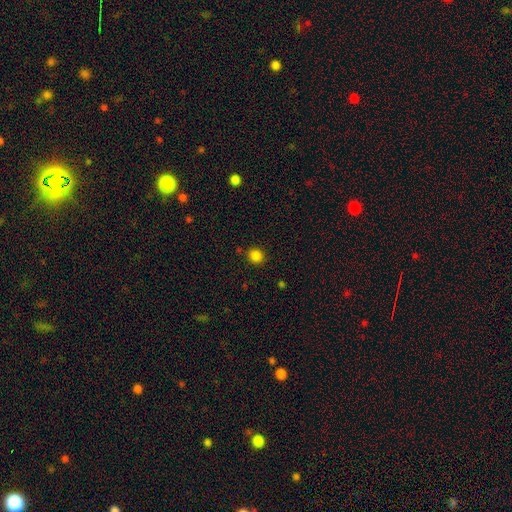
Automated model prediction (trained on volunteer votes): Q: Smooth or featured?
A: smooth (83%); runner-up: star or artifact (13%)
Q: How rounded?
A: round (79%); runner-up: in between (20%)
Q: Merging?
A: none (86%); runner-up: minor disturbance (9%)